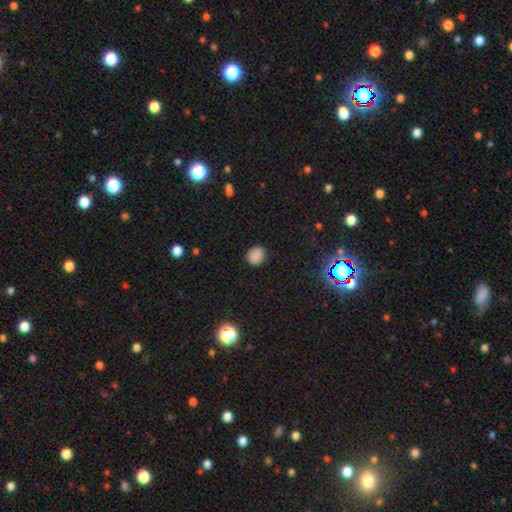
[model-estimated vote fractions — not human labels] This is clearly a smooth galaxy (84%). How rounded: likely round (75%). Merging: clearly none (86%).